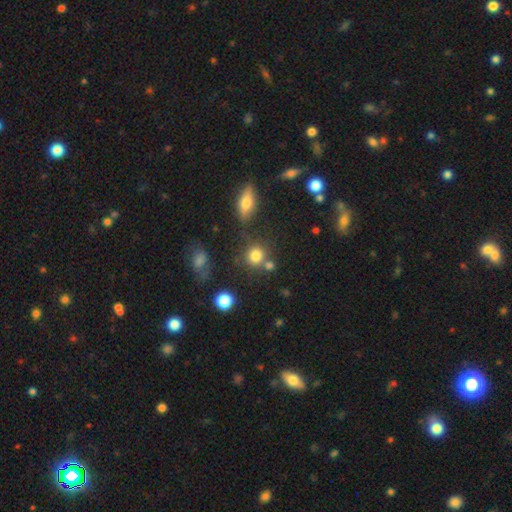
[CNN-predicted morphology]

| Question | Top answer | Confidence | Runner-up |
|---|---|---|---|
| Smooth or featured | smooth | 79% | star or artifact (13%) |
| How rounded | round | 84% | in between (15%) |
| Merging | none | 65% | merger (19%) |